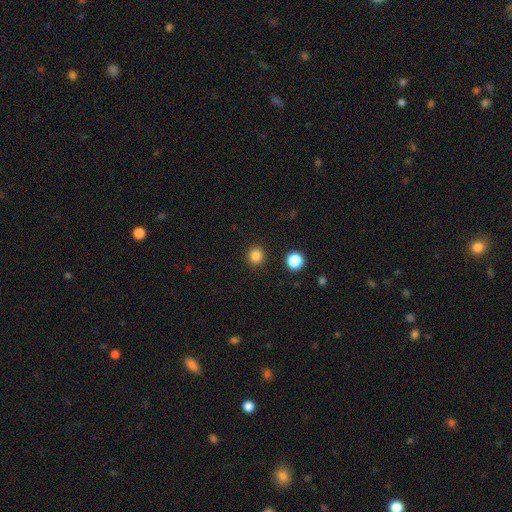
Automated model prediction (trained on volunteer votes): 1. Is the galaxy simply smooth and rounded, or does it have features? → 84% smooth, 12% star or artifact, 4% featured or disk.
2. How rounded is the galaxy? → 91% round, 8% in between, 1% cigar-shaped.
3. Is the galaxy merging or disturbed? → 91% none, 5% minor disturbance, 2% major disturbance, 2% merger.